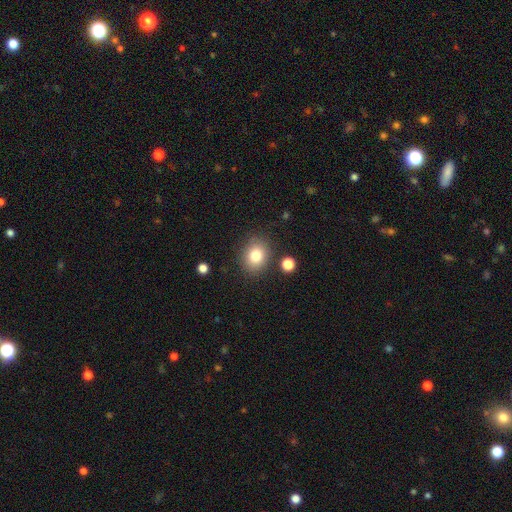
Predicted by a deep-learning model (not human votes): Q: Smooth or featured?
A: smooth (81%); runner-up: star or artifact (10%)
Q: How rounded?
A: round (54%); runner-up: in between (45%)
Q: Merging?
A: none (83%); runner-up: minor disturbance (10%)